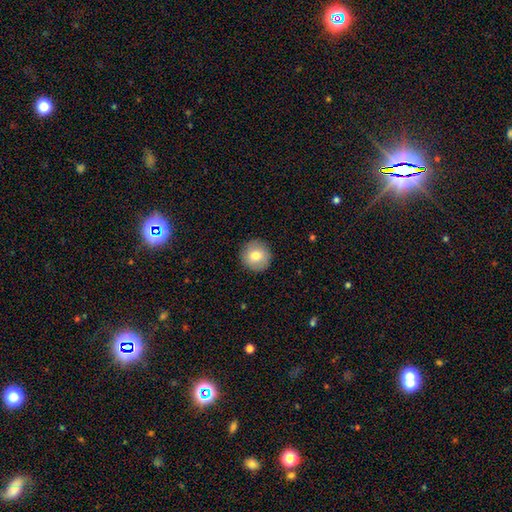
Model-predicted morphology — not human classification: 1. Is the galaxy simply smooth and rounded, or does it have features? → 78% smooth, 14% featured or disk, 8% star or artifact.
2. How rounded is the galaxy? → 95% round, 4% in between, 1% cigar-shaped.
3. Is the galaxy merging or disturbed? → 91% none, 6% minor disturbance, 2% major disturbance, 1% merger.